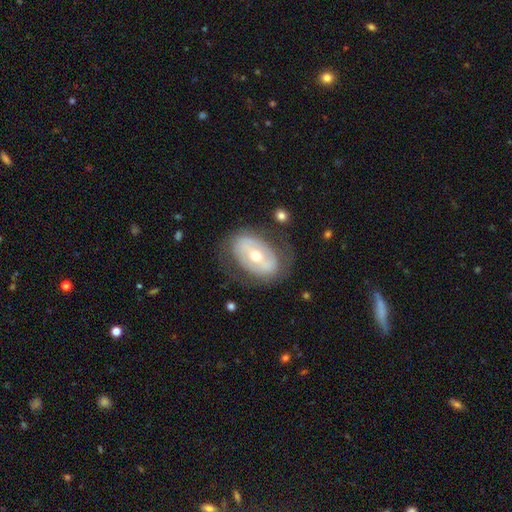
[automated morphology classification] featured or disk 66%, smooth 27%, star or artifact 6%. Down the decision tree: edge-on disk — no (93%); bar — no (35%); spiral arms — no (57%); bulge size — moderate (58%); merging — none (70%).